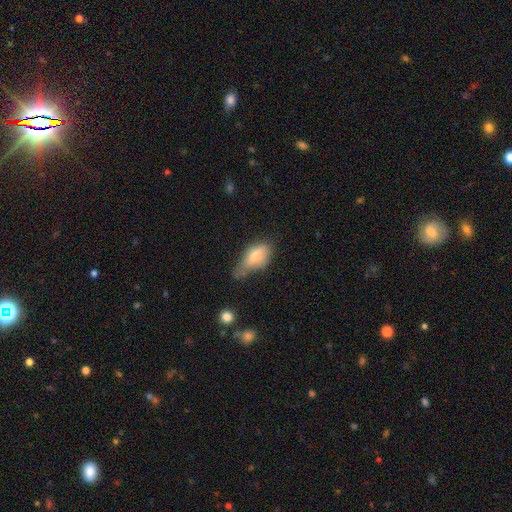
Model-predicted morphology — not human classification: Smooth or featured? smooth (71%)
How rounded? in between (85%)
Merging? minor disturbance (42%)